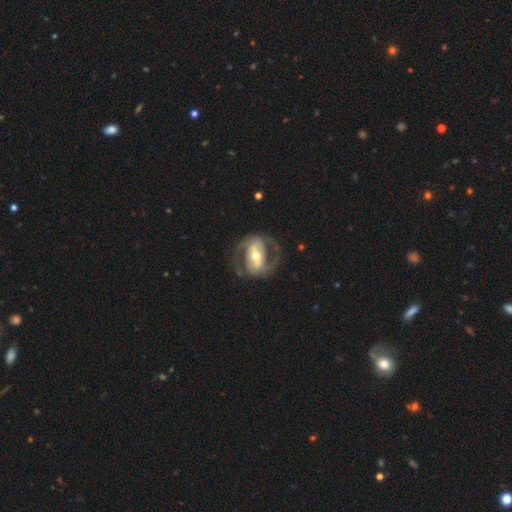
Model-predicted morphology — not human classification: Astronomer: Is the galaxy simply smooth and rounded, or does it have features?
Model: featured or disk — 85%.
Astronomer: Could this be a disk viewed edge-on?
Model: no — 96%.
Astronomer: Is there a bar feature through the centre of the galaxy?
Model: strong — 59%.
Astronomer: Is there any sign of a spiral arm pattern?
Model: yes — 86%.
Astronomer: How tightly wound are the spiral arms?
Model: medium — 53%.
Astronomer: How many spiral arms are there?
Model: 2 — 89%.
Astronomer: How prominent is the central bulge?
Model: moderate — 67%.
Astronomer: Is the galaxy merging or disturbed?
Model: none — 74%.